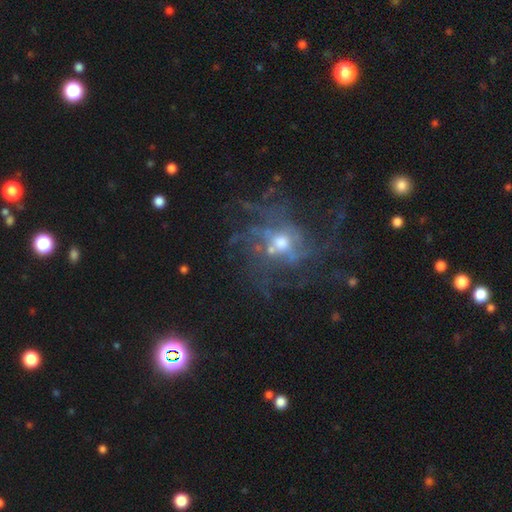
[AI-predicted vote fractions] The model was most divided on "spiral winding": medium: 40%, tight: 38%, loose: 22%. Remaining: edge-on disk — no (95%); spiral arms — yes (89%); merging — none (72%); smooth or featured — featured or disk (65%); bar — no (60%); bulge size — moderate (47%); spiral arm count — can't tell (35%).